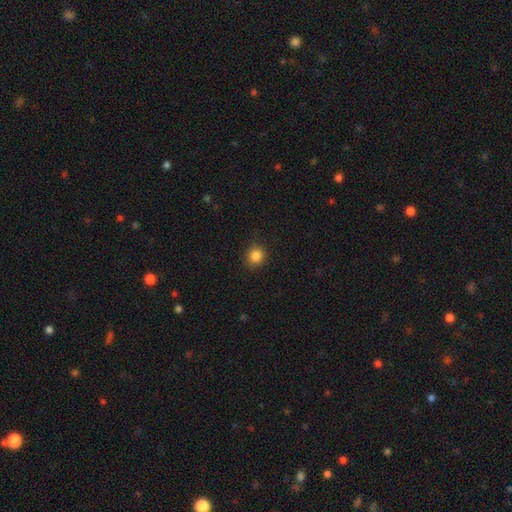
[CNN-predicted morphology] A smooth galaxy with no disk features (85%) that is round (88%).

Vote fractions:
- Smooth or featured? smooth: 85% / star or artifact: 11% / featured or disk: 4%
- How rounded? round: 88% / in between: 11% / cigar-shaped: 1%
- Merging? none: 88% / minor disturbance: 9% / major disturbance: 2% / merger: 1%